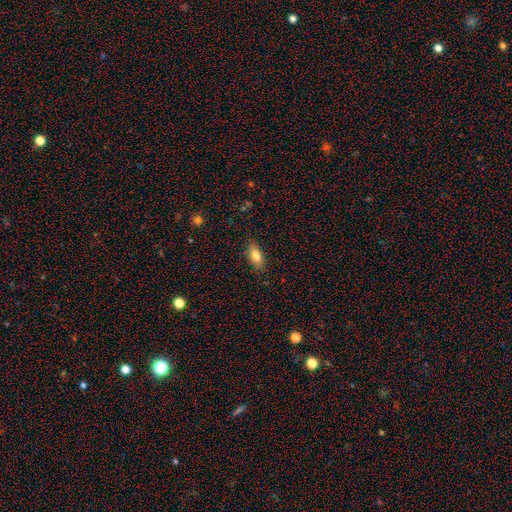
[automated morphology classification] This is likely a smooth galaxy (78%). How rounded: clearly in between (81%). Merging: clearly none (85%).